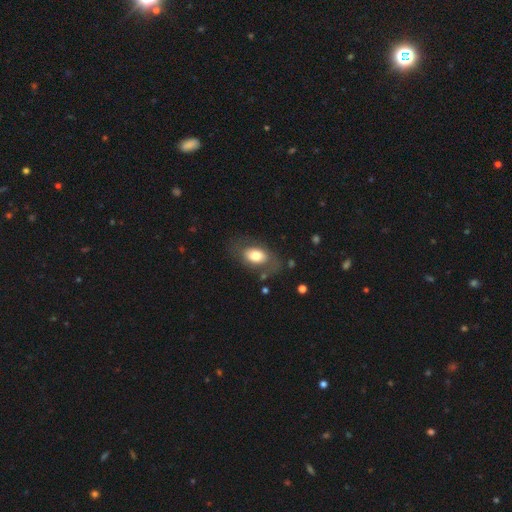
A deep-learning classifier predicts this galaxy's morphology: Smooth or featured?
  - smooth: 68% *
  - featured or disk: 25%
  - star or artifact: 7%
How rounded?
  - in between: 87% *
  - round: 11%
  - cigar-shaped: 2%
Merging?
  - none: 70% *
  - minor disturbance: 17%
  - major disturbance: 11%
  - merger: 2%